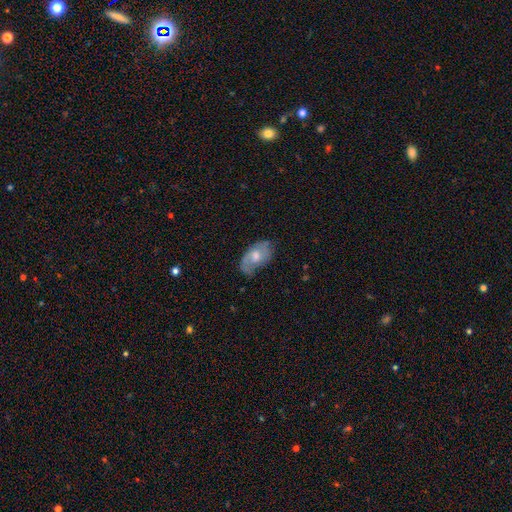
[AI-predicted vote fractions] featured or disk 58%, smooth 34%, star or artifact 8%. Down the decision tree: edge-on disk — no (94%); bar — no (65%); spiral arms — yes (75%); bulge size — moderate (65%); merging — none (57%).